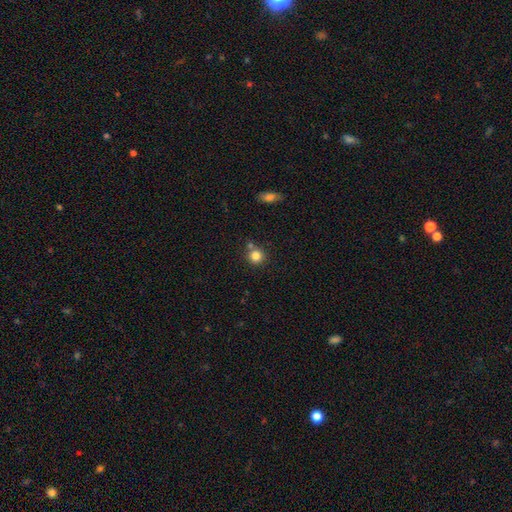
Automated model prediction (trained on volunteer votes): smooth_or_featured: smooth (p=0.83) [alt: star or artifact p=0.11]
how_rounded: round (p=0.91) [alt: in between p=0.08]
merging: none (p=0.70) [alt: merger p=0.17]